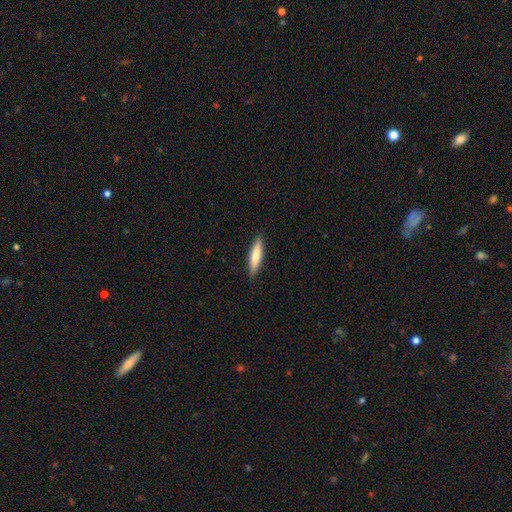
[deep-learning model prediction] Morphology: type=smooth (76%); roundness=cigar-shaped (81%); merging=none (90%).